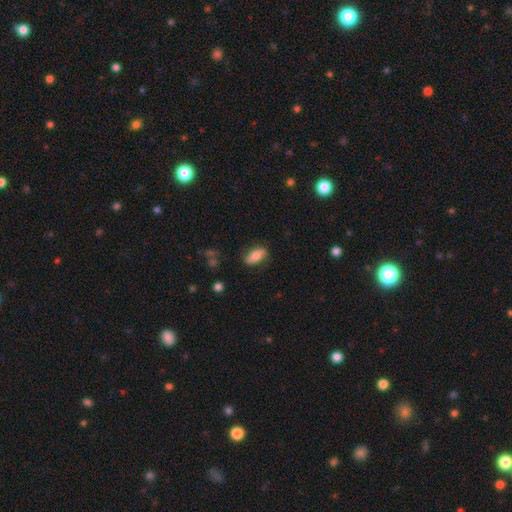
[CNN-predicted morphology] A smooth galaxy with no disk features (67%) that is in between round and cigar-shaped (83%).

Vote fractions:
- Smooth or featured? smooth: 67% / featured or disk: 25% / star or artifact: 7%
- How rounded? in between: 83% / cigar-shaped: 12% / round: 5%
- Merging? none: 76% / minor disturbance: 18% / major disturbance: 5% / merger: 2%